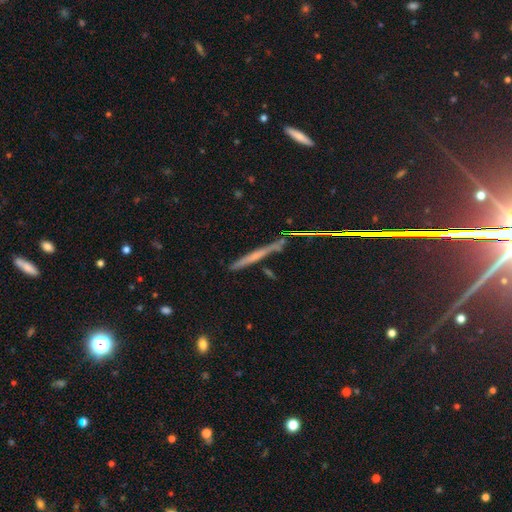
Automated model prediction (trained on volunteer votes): Smooth or featured? Predicted: featured or disk (p=0.48). Merging? Predicted: none (p=0.79).